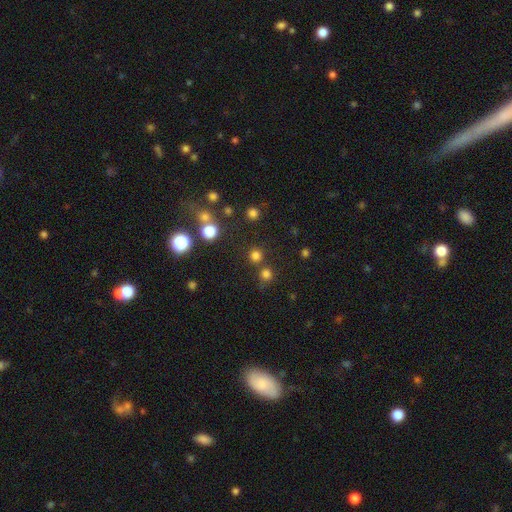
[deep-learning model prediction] Smooth or featured?
  - smooth: 75% *
  - star or artifact: 21%
  - featured or disk: 5%
How rounded?
  - round: 93% *
  - in between: 6%
  - cigar-shaped: 1%
Merging?
  - none: 78% *
  - merger: 13%
  - minor disturbance: 6%
  - major disturbance: 3%